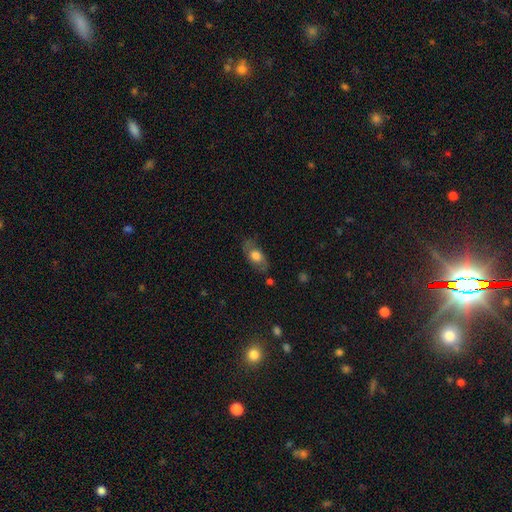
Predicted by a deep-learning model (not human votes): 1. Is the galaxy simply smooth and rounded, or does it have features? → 52% smooth, 41% featured or disk, 8% star or artifact.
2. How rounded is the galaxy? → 80% in between, 13% round, 8% cigar-shaped.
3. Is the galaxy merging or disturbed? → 70% none, 19% minor disturbance, 8% major disturbance, 3% merger.